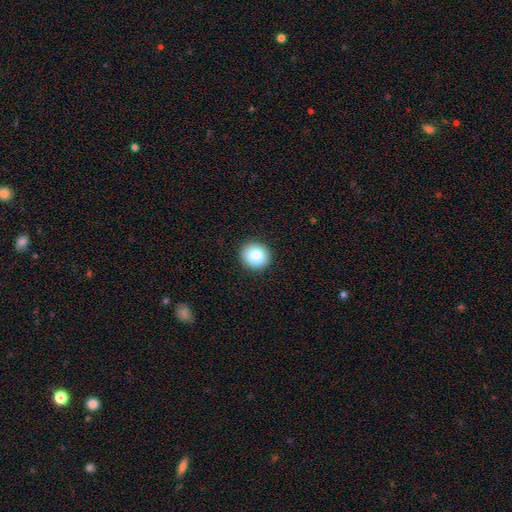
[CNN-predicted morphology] Smooth or featured? smooth (85%)
How rounded? round (85%)
Merging? none (91%)